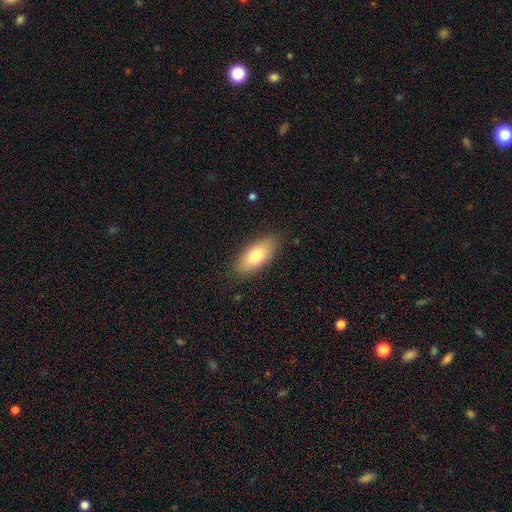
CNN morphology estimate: Smooth or featured? Predicted: smooth (p=0.76). How rounded? Predicted: in between (p=0.85). Merging? Predicted: none (p=0.86).